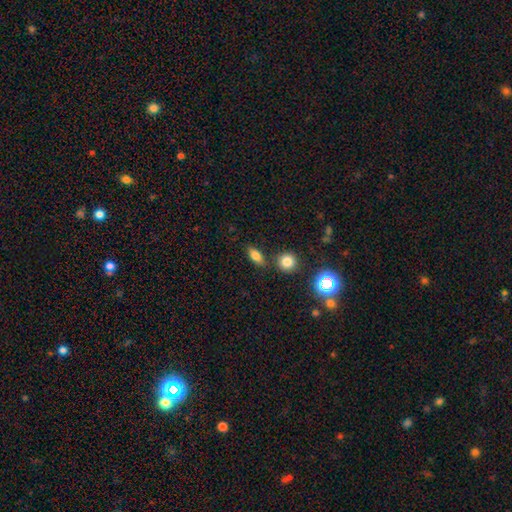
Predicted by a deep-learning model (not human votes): Smooth or featured? smooth (79%)
How rounded? in between (76%)
Merging? none (77%)